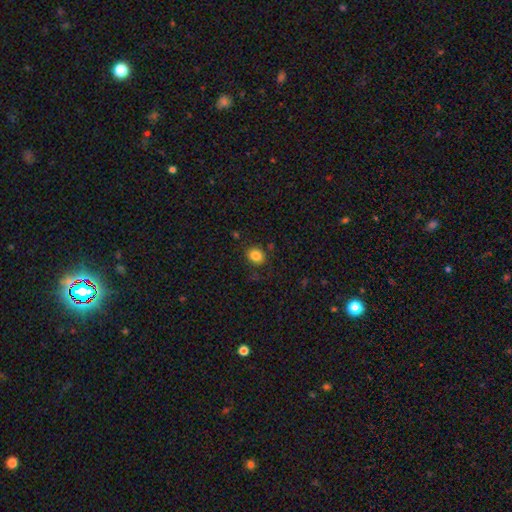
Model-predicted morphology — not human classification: Smooth or featured: smooth — 84% (star or artifact — 11%)
How rounded: round — 61% (in between — 38%)
Merging: none — 84% (minor disturbance — 10%)